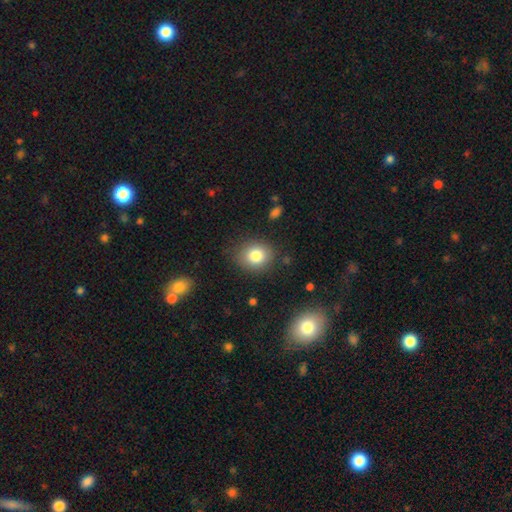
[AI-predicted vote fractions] A smooth galaxy with no disk features (81%) that is round (65%). Merging: none (83%).